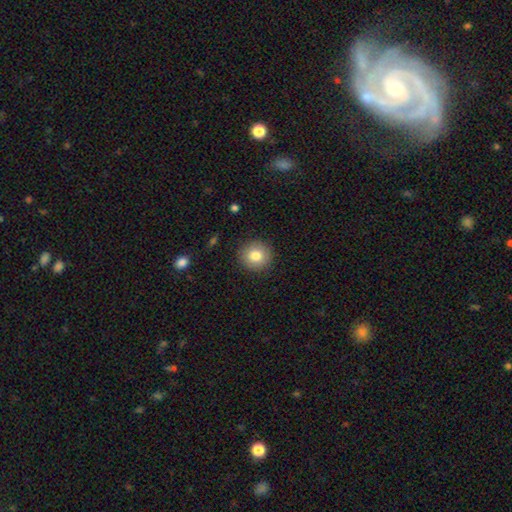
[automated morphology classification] smooth 81%, featured or disk 10%, star or artifact 9%. Down the decision tree: how rounded — round (92%); merging — none (89%).